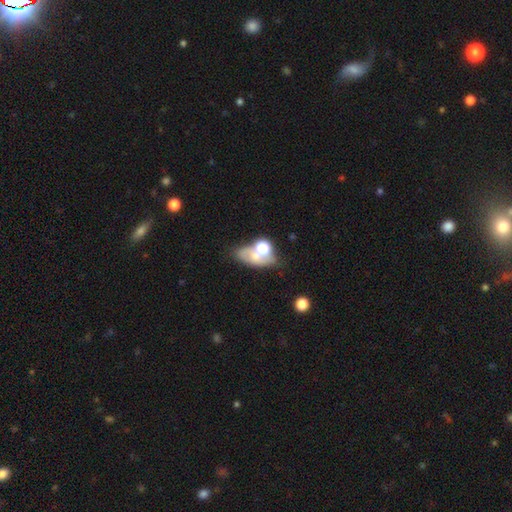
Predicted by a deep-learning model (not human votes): A smooth galaxy with no disk features (52%) that is in between round and cigar-shaped (74%). Merging: merger (34%).